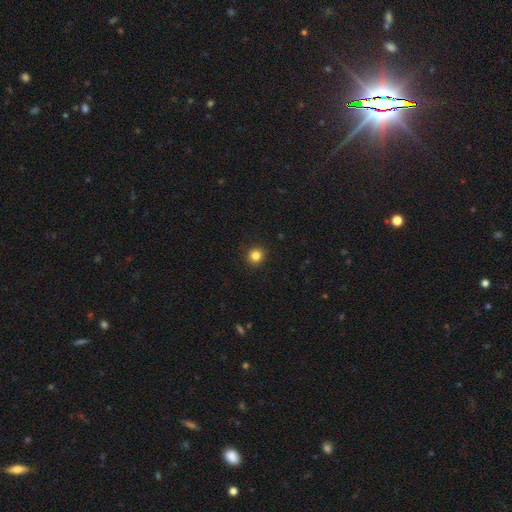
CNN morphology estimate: This is clearly a smooth galaxy (83%). How rounded: clearly round (93%). Merging: clearly none (93%).